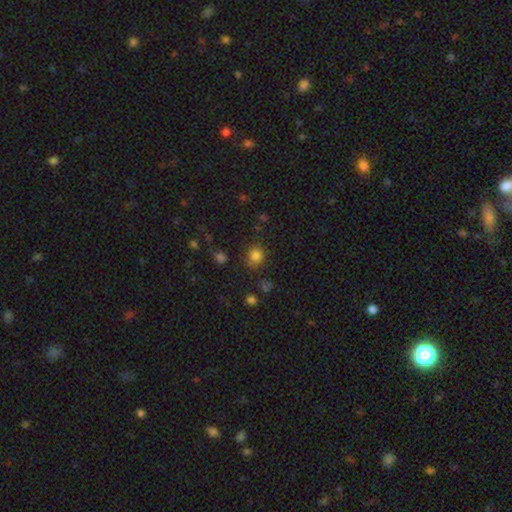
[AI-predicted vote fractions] smooth 80%, star or artifact 14%, featured or disk 5%. Down the decision tree: how rounded — round (72%); merging — none (77%).